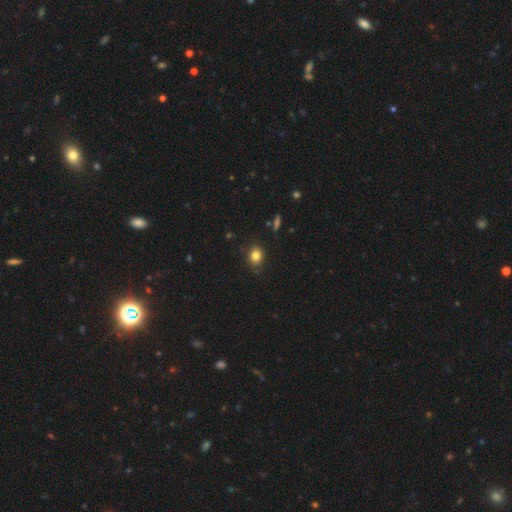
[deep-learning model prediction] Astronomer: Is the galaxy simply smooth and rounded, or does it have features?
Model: smooth — 82%.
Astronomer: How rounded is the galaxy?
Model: round — 54% (runner-up: in between, 45%).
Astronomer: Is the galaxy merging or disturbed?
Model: none — 83%.